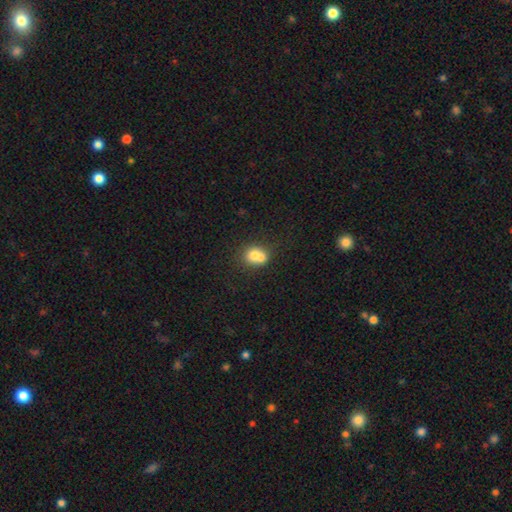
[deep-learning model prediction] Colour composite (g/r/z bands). It shows a smooth galaxy with no disk features (70%) that is round (66%). Merging: merger (57%).